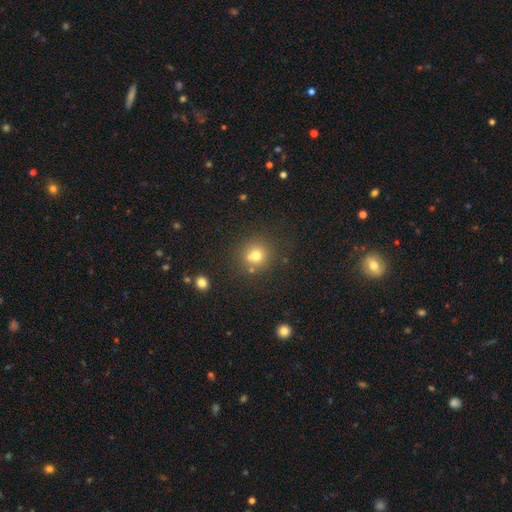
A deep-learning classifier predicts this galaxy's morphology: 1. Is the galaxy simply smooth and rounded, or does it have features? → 73% smooth, 16% star or artifact, 12% featured or disk.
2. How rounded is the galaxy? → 89% round, 10% in between, 1% cigar-shaped.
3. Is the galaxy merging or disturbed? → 68% none, 19% merger, 10% minor disturbance, 4% major disturbance.